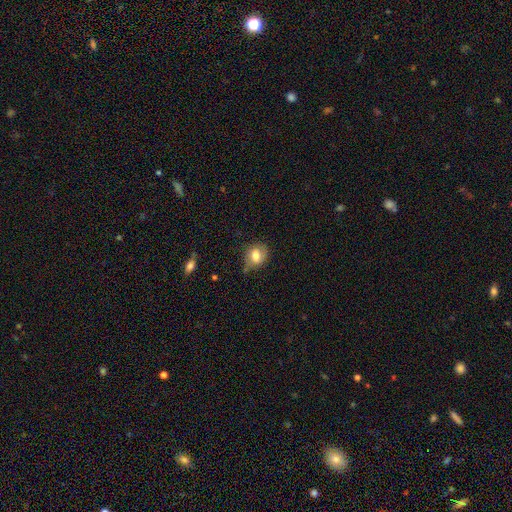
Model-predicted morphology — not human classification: This is likely a smooth galaxy (74%). How rounded: possibly round (54%). Merging: likely none (62%).